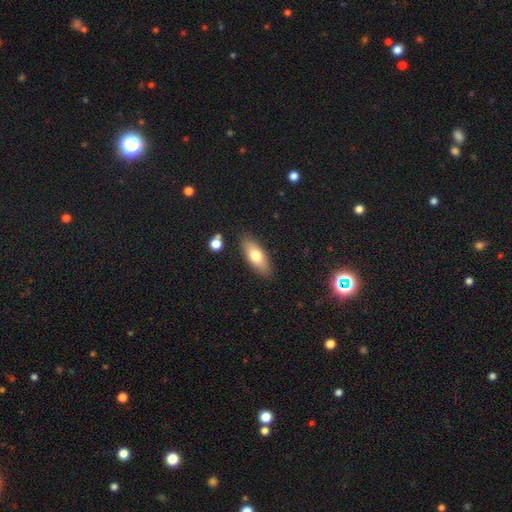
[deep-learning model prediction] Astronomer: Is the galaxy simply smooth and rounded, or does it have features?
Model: smooth — 71%.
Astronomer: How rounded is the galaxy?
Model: in between — 75%.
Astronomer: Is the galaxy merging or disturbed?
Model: none — 86%.